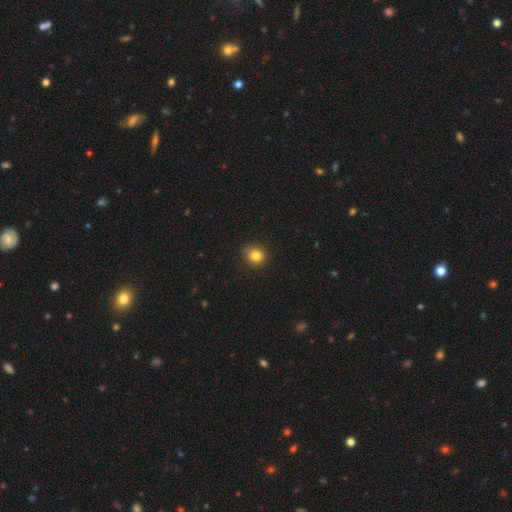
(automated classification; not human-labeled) A smooth galaxy with no disk features (82%) that is round (74%).

Vote fractions:
- Smooth or featured? smooth: 82% / star or artifact: 12% / featured or disk: 6%
- How rounded? round: 74% / in between: 25% / cigar-shaped: 1%
- Merging? none: 81% / minor disturbance: 15% / major disturbance: 3% / merger: 1%